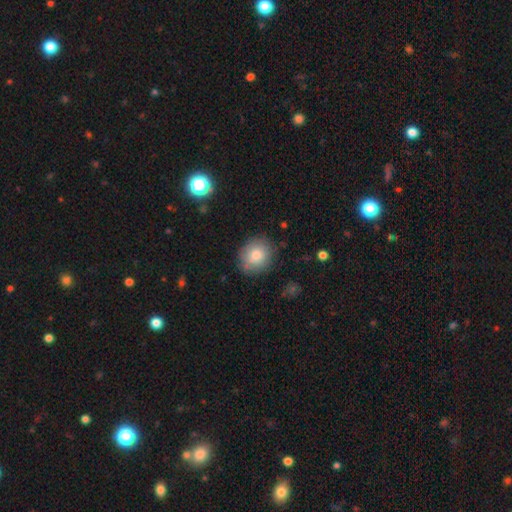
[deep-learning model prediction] A smooth galaxy with no disk features (81%) that is round (76%).

Vote fractions:
- Smooth or featured? smooth: 81% / featured or disk: 10% / star or artifact: 8%
- How rounded? round: 76% / in between: 23% / cigar-shaped: 1%
- Merging? none: 82% / minor disturbance: 13% / major disturbance: 3% / merger: 2%